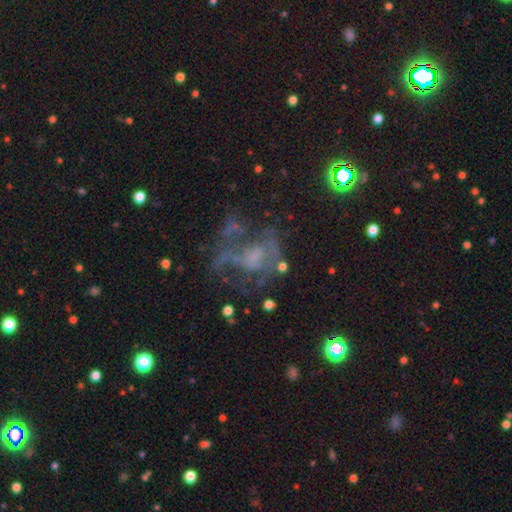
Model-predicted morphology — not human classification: Overall: featured or disk (60%; star or artifact 23%). Edge-on disk: no (97%). Bar: no (72%). Spiral arms: no (60%; yes 40%). Bulge size: none (53%; small 22%). Merging: none (39%; major disturbance 37%).